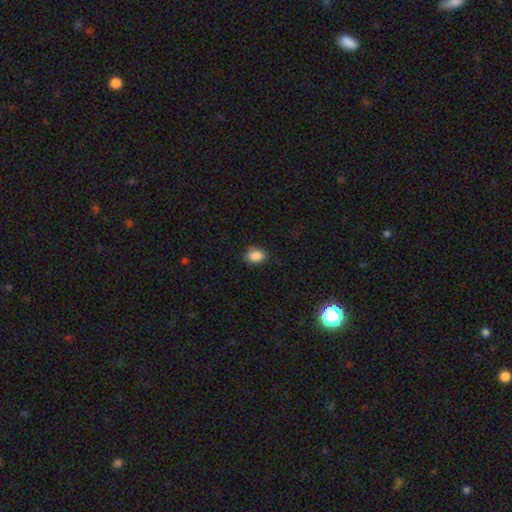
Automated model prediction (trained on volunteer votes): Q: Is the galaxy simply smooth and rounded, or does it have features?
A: smooth — 88%.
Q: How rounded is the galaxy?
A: in between — 74%.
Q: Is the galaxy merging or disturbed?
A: none — 84%.